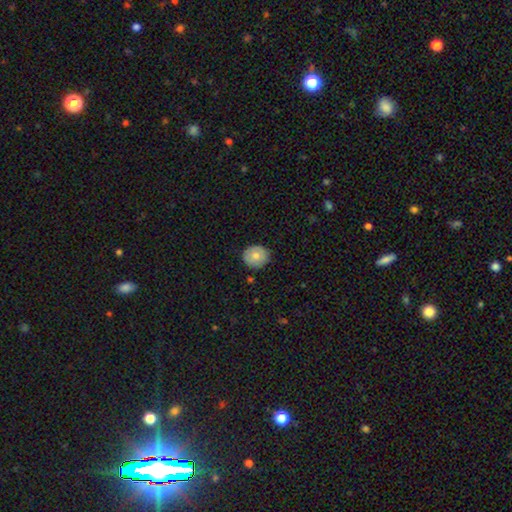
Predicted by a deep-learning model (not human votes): smooth_or_featured: smooth (p=0.77) [alt: featured or disk p=0.15]
how_rounded: round (p=0.85) [alt: in between p=0.14]
merging: none (p=0.87) [alt: minor disturbance p=0.10]